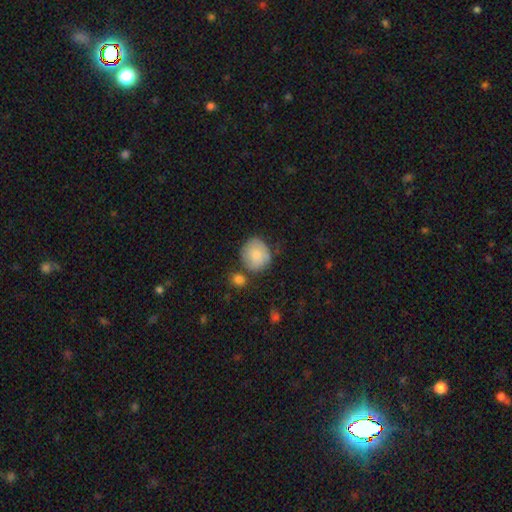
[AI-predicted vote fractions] smooth_or_featured: smooth (p=0.75) [alt: featured or disk p=0.18]
how_rounded: round (p=0.83) [alt: in between p=0.16]
merging: none (p=0.60) [alt: minor disturbance p=0.22]